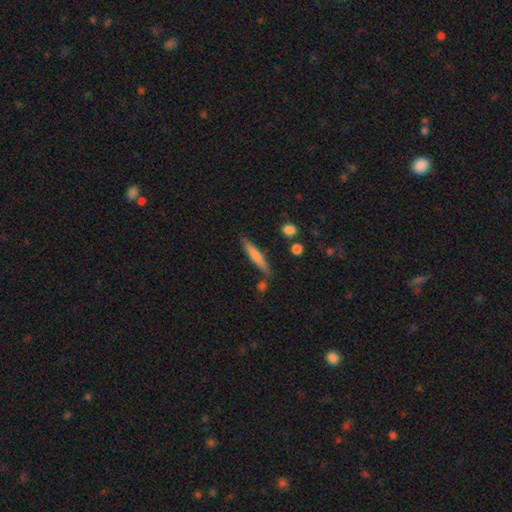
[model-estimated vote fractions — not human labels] smooth_or_featured: smooth (p=0.70) [alt: featured or disk p=0.24]
how_rounded: cigar-shaped (p=0.90) [alt: in between p=0.08]
merging: none (p=0.79) [alt: minor disturbance p=0.12]